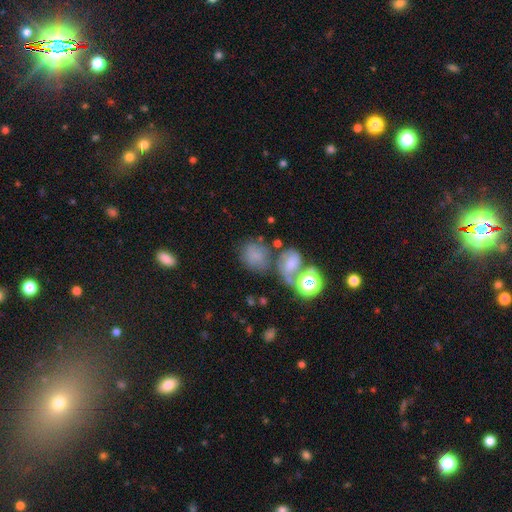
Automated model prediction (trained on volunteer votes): Overall: smooth (63%). How rounded: round (63%; in between 36%). Merging: none (46%; merger 26%).